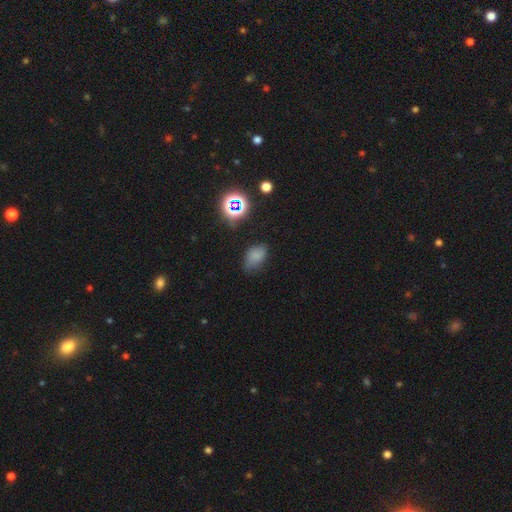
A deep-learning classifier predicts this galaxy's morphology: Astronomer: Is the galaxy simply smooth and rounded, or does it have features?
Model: smooth — 71%.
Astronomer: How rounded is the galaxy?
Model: in between — 84%.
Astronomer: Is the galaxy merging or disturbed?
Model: none — 59%.